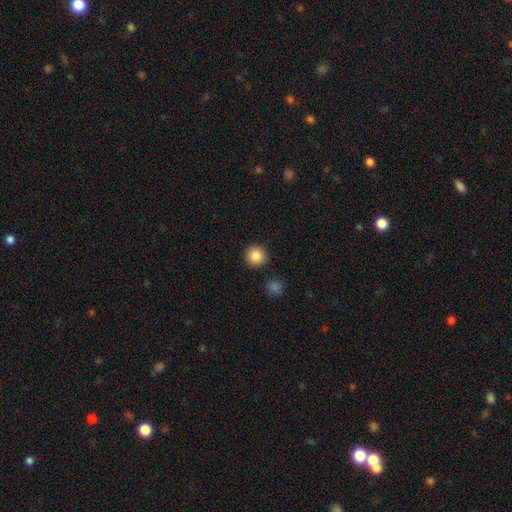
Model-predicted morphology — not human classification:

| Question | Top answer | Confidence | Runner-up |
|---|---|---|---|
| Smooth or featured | smooth | 86% | star or artifact (9%) |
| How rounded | round | 94% | in between (5%) |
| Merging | none | 89% | minor disturbance (6%) |